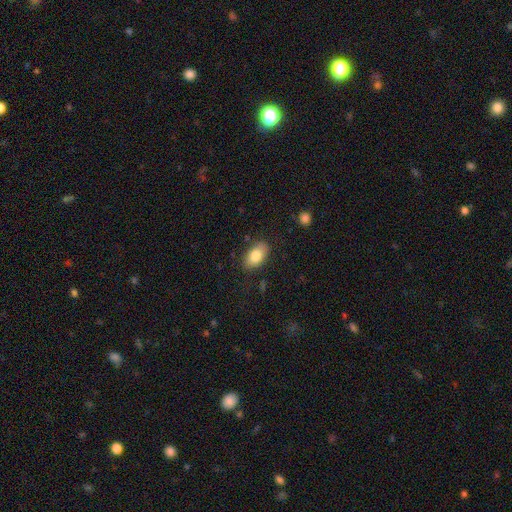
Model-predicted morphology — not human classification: A smooth galaxy with no disk features (82%) that is in between round and cigar-shaped (92%).

Vote fractions:
- Smooth or featured? smooth: 82% / featured or disk: 11% / star or artifact: 7%
- How rounded? in between: 92% / round: 7% / cigar-shaped: 2%
- Merging? none: 83% / minor disturbance: 13% / major disturbance: 3% / merger: 1%